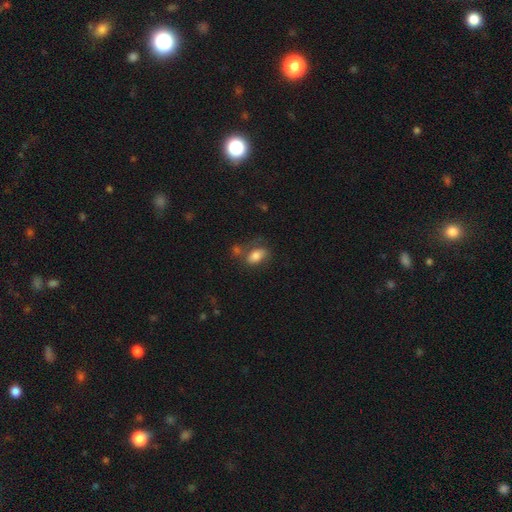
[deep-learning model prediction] A smooth galaxy with no disk features (75%) that is in between round and cigar-shaped (89%).

Vote fractions:
- Smooth or featured? smooth: 75% / featured or disk: 16% / star or artifact: 9%
- How rounded? in between: 89% / round: 8% / cigar-shaped: 3%
- Merging? none: 48% / minor disturbance: 23% / merger: 16% / major disturbance: 14%